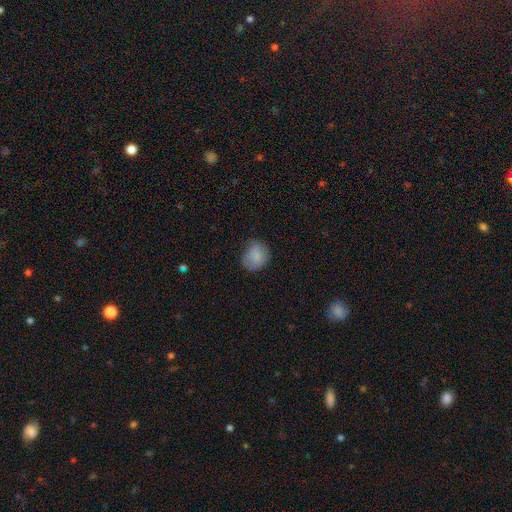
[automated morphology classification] A smooth galaxy with no disk features (84%) that is round (65%). Merging: none (68%).